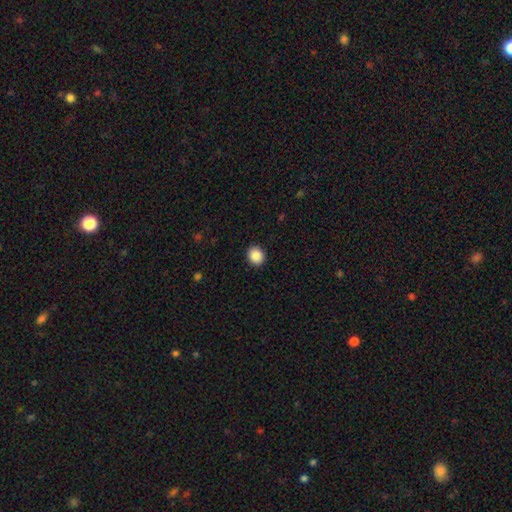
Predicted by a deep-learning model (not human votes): Smooth or featured?
  - smooth: 89% *
  - star or artifact: 9%
  - featured or disk: 3%
How rounded?
  - round: 75% *
  - in between: 25%
  - cigar-shaped: 1%
Merging?
  - none: 91% *
  - minor disturbance: 6%
  - major disturbance: 2%
  - merger: 1%